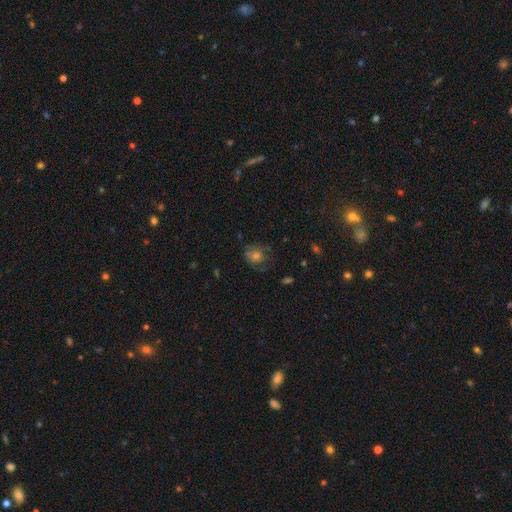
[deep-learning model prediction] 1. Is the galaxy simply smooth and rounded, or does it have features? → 53% smooth, 26% featured or disk, 21% star or artifact.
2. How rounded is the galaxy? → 71% round, 28% in between, 1% cigar-shaped.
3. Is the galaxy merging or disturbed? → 59% none, 23% minor disturbance, 16% major disturbance, 2% merger.